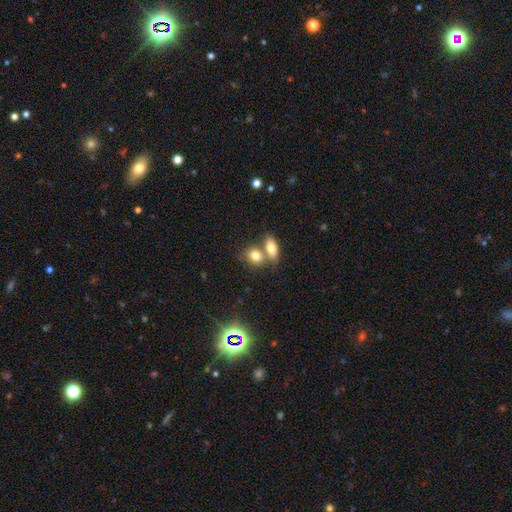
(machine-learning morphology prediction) The model was most divided on "merging": merger: 51%, none: 38%, minor disturbance: 8%, major disturbance: 3%. More confident: smooth or featured — smooth (79%); how rounded — in between (69%).